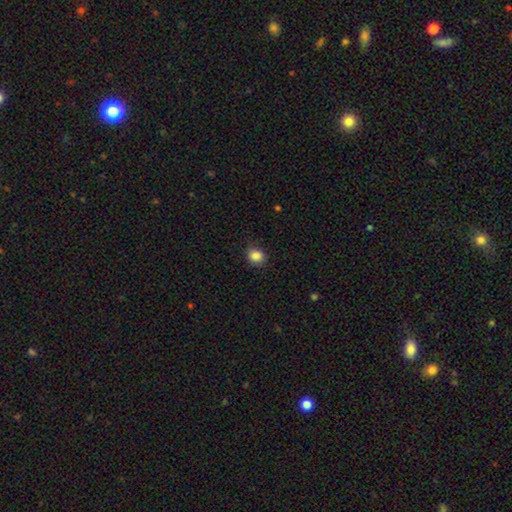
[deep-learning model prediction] Smooth or featured?
  - smooth: 87% *
  - star or artifact: 10%
  - featured or disk: 4%
How rounded?
  - round: 67% *
  - in between: 33%
  - cigar-shaped: 1%
Merging?
  - none: 83% *
  - minor disturbance: 13%
  - major disturbance: 3%
  - merger: 1%